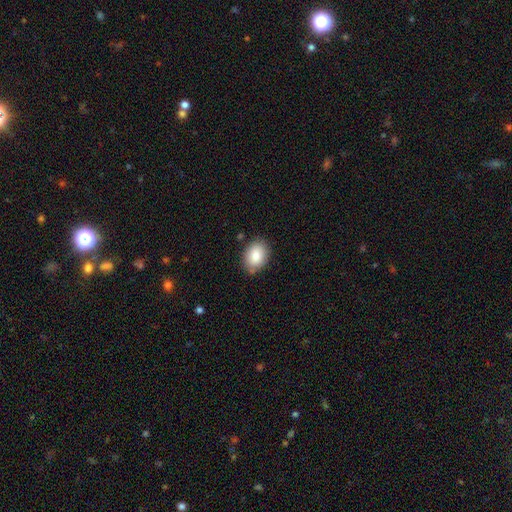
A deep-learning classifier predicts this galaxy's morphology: This appears to be a smooth galaxy with no disk features (85%) that is in between round and cigar-shaped (76%). Merging: none (81%).